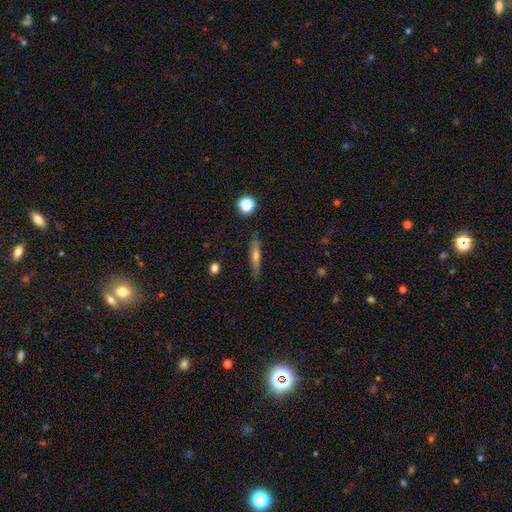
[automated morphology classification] Q: Smooth or featured?
A: smooth (53%); runner-up: featured or disk (39%)
Q: How rounded?
A: cigar-shaped (86%); runner-up: in between (11%)
Q: Merging?
A: none (87%); runner-up: minor disturbance (10%)